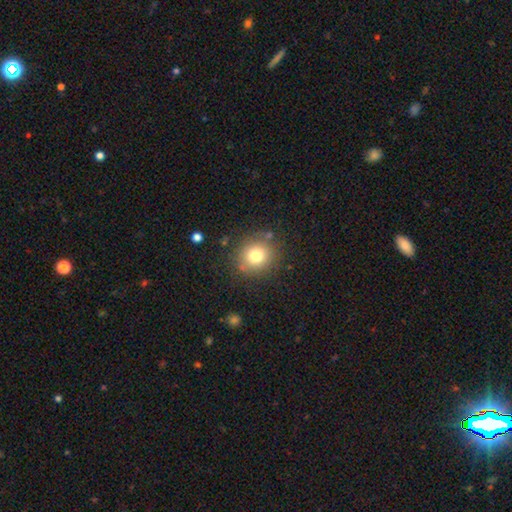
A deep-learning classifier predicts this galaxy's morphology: Smooth or featured: smooth — 76% (star or artifact — 13%)
How rounded: round — 84% (in between — 15%)
Merging: none — 83% (minor disturbance — 10%)